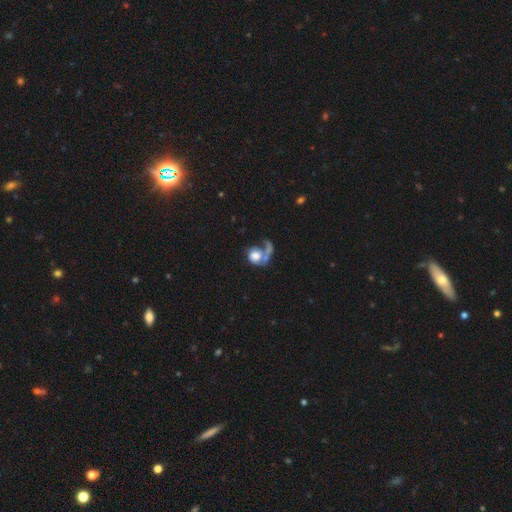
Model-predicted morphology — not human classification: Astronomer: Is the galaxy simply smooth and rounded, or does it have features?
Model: smooth — 47% (runner-up: featured or disk, 45%).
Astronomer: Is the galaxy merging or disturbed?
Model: major disturbance — 35% (runner-up: merger, 30%).